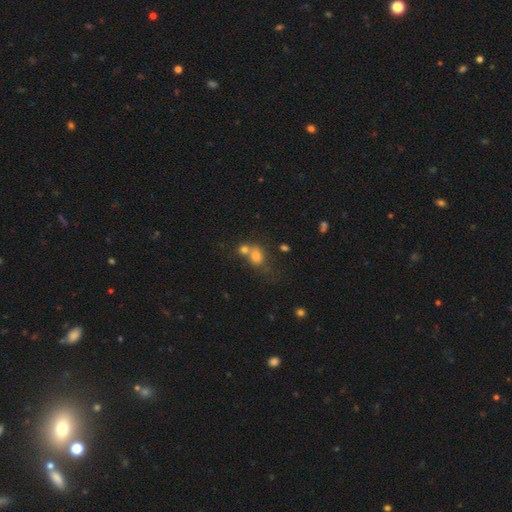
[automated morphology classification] Overall: smooth (73%). How rounded: round (54%; in between 44%). Merging: merger (51%; none 32%).